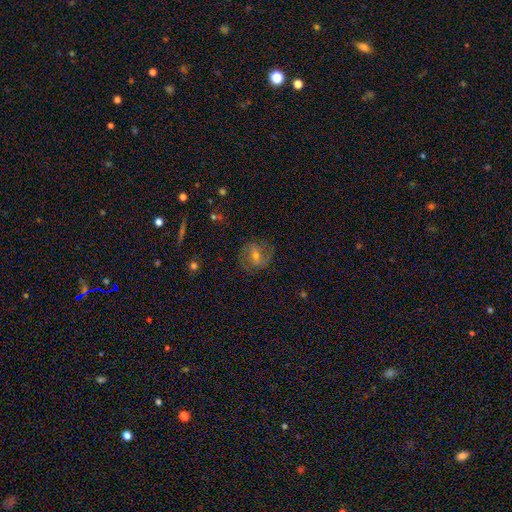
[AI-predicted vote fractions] Q: Smooth or featured?
A: featured or disk (52%); runner-up: smooth (38%)
Q: Edge-on disk?
A: no (96%); runner-up: yes (4%)
Q: Merging?
A: none (73%); runner-up: minor disturbance (16%)